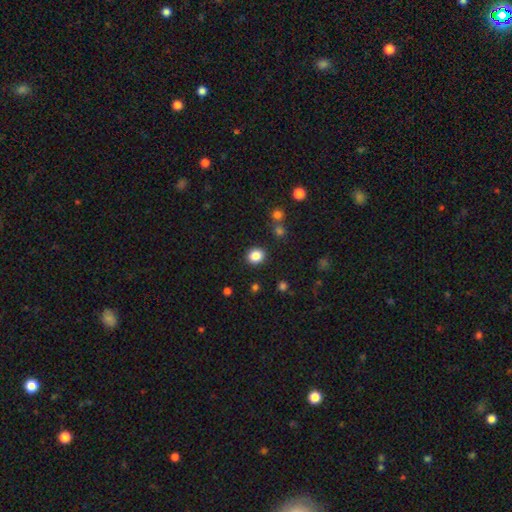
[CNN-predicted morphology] Smooth or featured: smooth — 85% (star or artifact — 10%)
How rounded: round — 70% (in between — 29%)
Merging: none — 89% (minor disturbance — 7%)